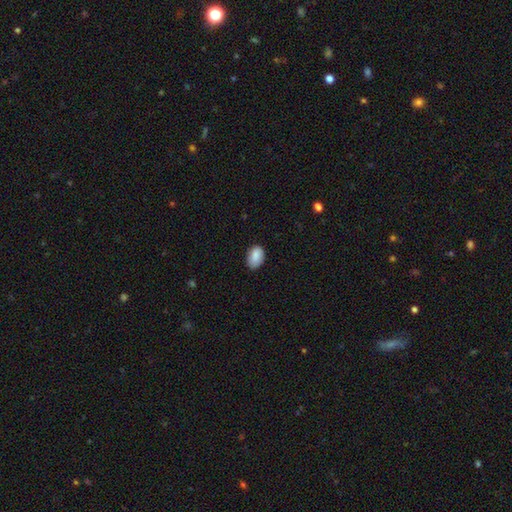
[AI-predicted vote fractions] smooth 88%, star or artifact 7%, featured or disk 5%. Down the decision tree: how rounded — in between (87%); merging — none (79%).